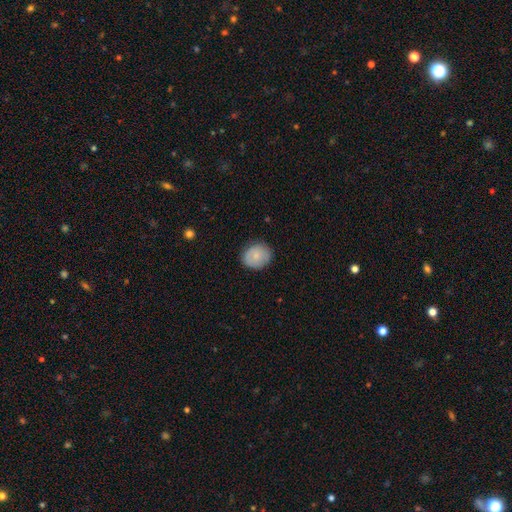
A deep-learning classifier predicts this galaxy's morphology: Smooth or featured? Predicted: smooth (p=0.77). How rounded? Predicted: round (p=0.67). Merging? Predicted: none (p=0.83).